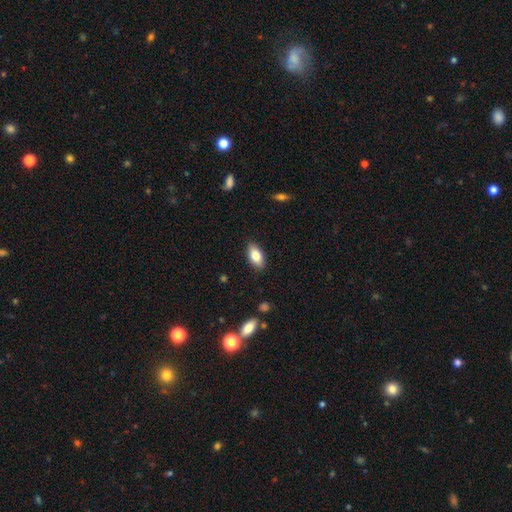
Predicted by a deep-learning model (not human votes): This appears to be a smooth galaxy with no disk features (81%) that is in between round and cigar-shaped (91%). Merging: none (88%).